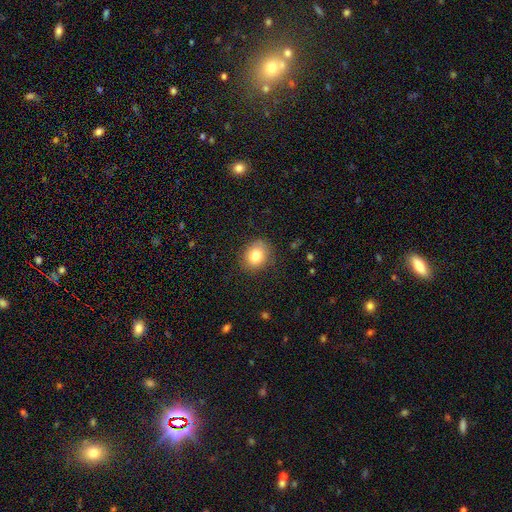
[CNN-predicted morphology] smooth 81%, star or artifact 10%, featured or disk 9%. Down the decision tree: how rounded — round (60%); merging — none (83%).